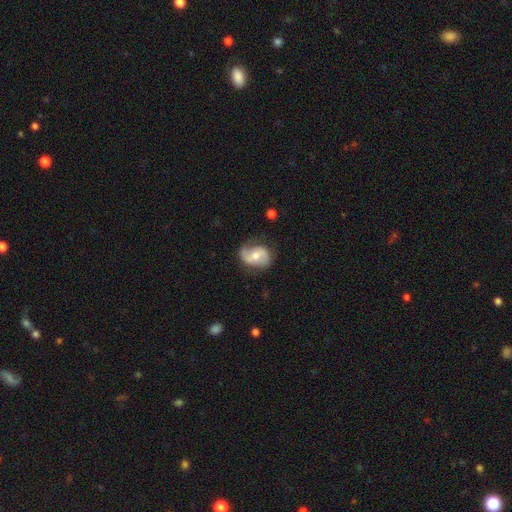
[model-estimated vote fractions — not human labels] A featured or disk galaxy (76%) with no bar (49%), 2 (84%) medium (44%) spiral arms (93%) and a moderate central bulge (61%).

Vote fractions:
- Smooth or featured? featured or disk: 76% / smooth: 18% / star or artifact: 6%
- Edge-on disk? no: 98% / yes: 2%
- Bar? no: 49% / weak: 41% / strong: 11%
- Spiral arms? yes: 93% / no: 7%
- Spiral winding? medium: 44% / loose: 38% / tight: 17%
- Spiral arm count? 2: 84% / 1: 9% / can't tell: 5% / 3: 1% / 4: 1% / more than 4: 1%
- Bulge size? moderate: 61% / small: 30% / large: 5% / none: 3% / dominant: 1%
- Merging? none: 69% / minor disturbance: 21% / major disturbance: 9% / merger: 2%